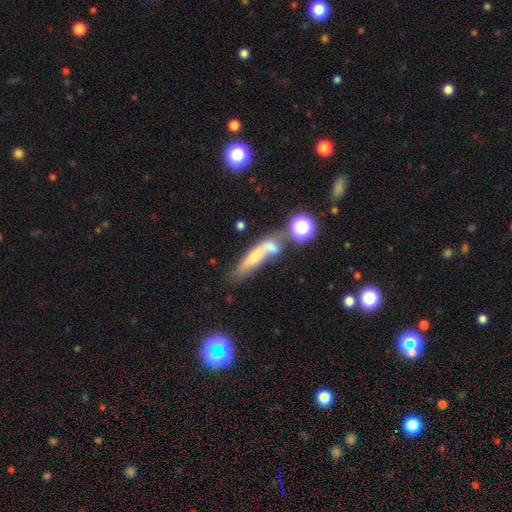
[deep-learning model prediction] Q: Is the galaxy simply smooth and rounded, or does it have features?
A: smooth — 56%.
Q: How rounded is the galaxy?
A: cigar-shaped — 59%.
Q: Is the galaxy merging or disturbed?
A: merger — 43%.